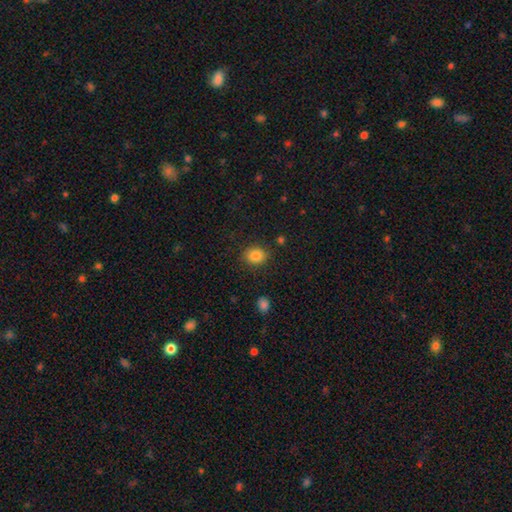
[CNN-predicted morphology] Smooth or featured: smooth — 86% (star or artifact — 10%)
How rounded: round — 63% (in between — 36%)
Merging: none — 86% (minor disturbance — 9%)